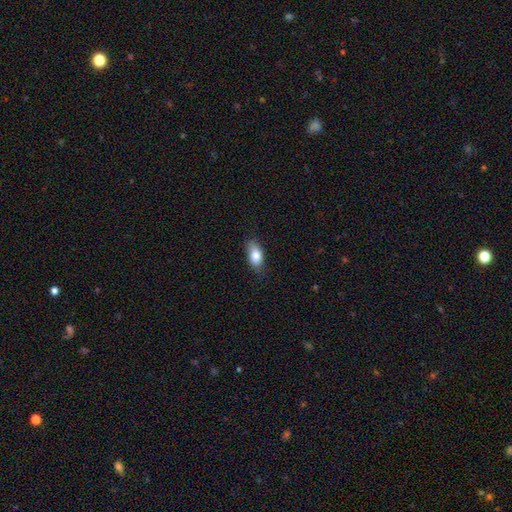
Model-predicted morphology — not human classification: This is clearly a smooth galaxy (80%). How rounded: clearly in between (87%). Merging: likely none (74%).